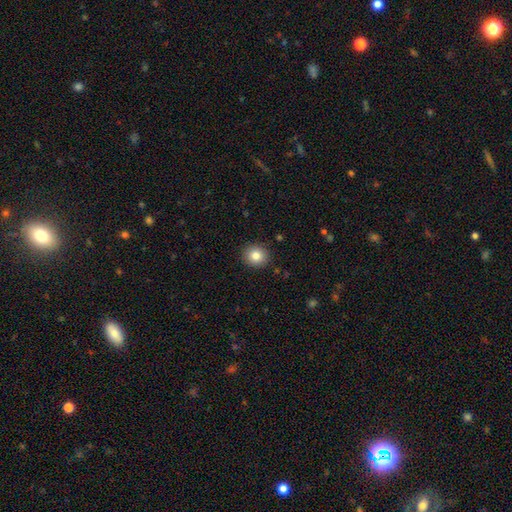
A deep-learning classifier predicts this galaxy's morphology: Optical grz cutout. It shows a smooth galaxy with no disk features (83%) that is round (85%). Merging: none (90%).